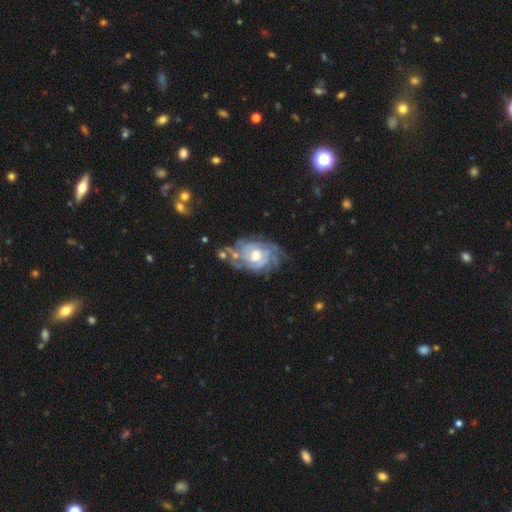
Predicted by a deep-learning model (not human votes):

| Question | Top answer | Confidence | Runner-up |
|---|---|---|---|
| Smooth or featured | featured or disk | 85% | smooth (9%) |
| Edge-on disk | no | 97% | yes (3%) |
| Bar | no | 59% | weak (34%) |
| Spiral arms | yes | 93% | no (7%) |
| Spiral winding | tight | 65% | medium (28%) |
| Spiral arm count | can't tell | 41% | 3 (18%) |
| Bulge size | moderate | 69% | large (16%) |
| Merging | none | 58% | minor disturbance (23%) |